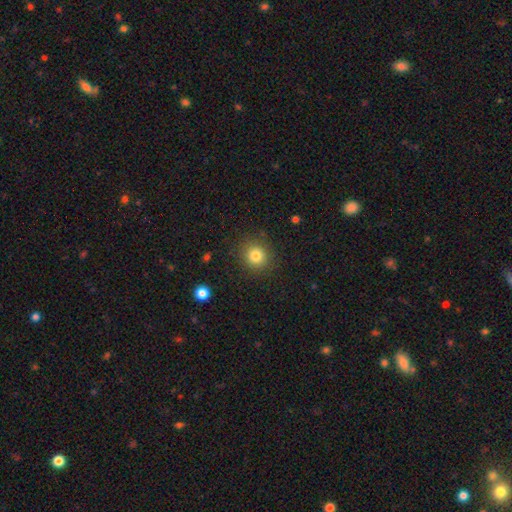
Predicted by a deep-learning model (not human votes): Smooth or featured: smooth — 81% (star or artifact — 12%)
How rounded: round — 89% (in between — 10%)
Merging: none — 88% (minor disturbance — 8%)